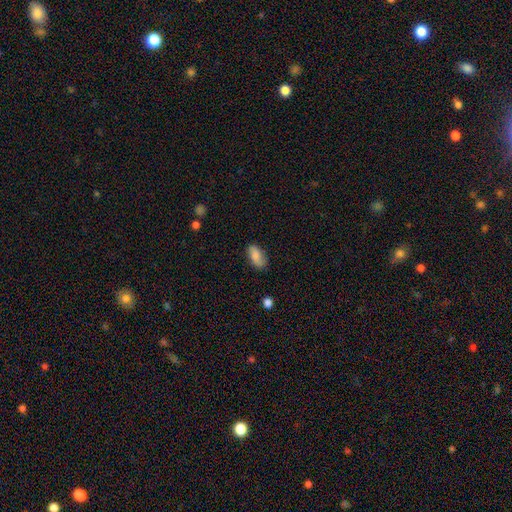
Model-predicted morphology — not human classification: A smooth galaxy with no disk features (78%) that is in between round and cigar-shaped (92%).

Vote fractions:
- Smooth or featured? smooth: 78% / featured or disk: 14% / star or artifact: 8%
- How rounded? in between: 92% / cigar-shaped: 5% / round: 4%
- Merging? none: 70% / minor disturbance: 23% / major disturbance: 6% / merger: 2%